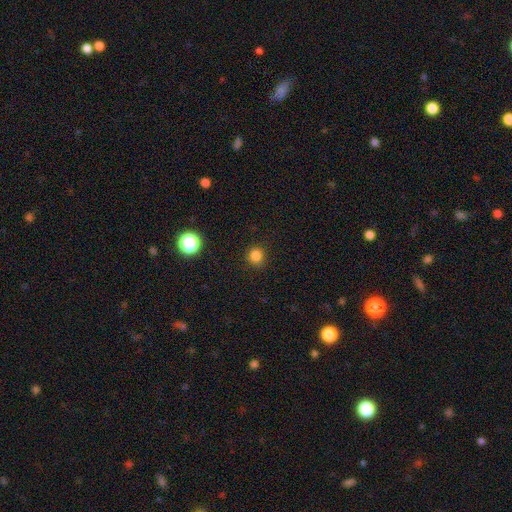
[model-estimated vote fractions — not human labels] Smooth or featured? Predicted: smooth (p=0.82). How rounded? Predicted: round (p=0.89). Merging? Predicted: none (p=0.89).